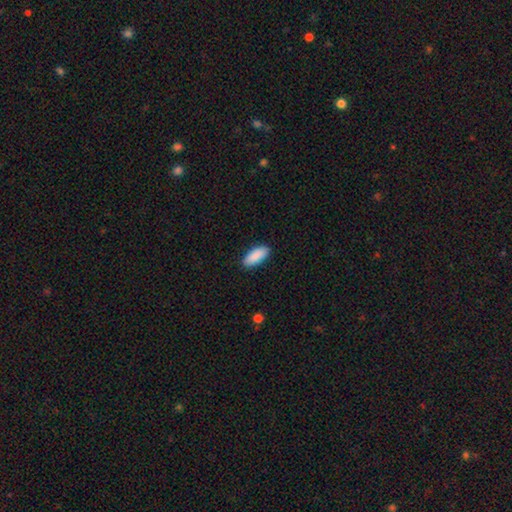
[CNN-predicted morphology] smooth 91%, star or artifact 6%, featured or disk 4%. Down the decision tree: how rounded — in between (82%); merging — none (89%).